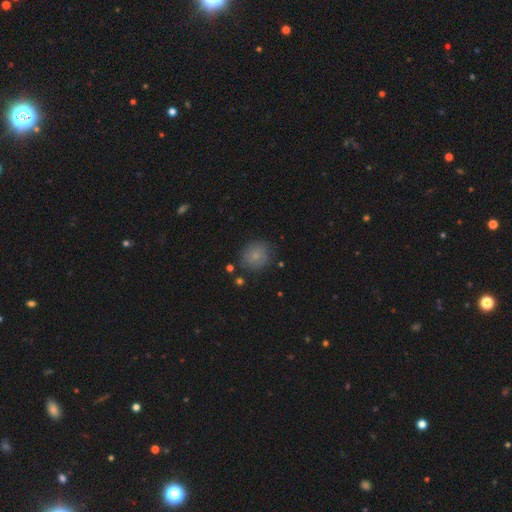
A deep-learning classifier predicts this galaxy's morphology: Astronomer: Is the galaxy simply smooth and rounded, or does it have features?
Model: smooth — 77%.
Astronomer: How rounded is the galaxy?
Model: round — 83%.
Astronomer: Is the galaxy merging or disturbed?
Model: none — 80%.